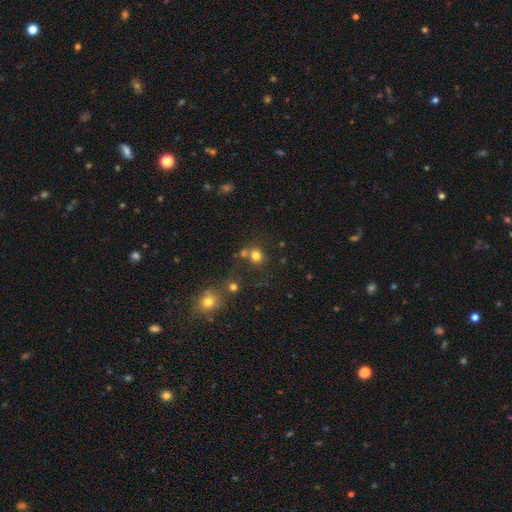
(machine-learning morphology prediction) smooth 76%, star or artifact 17%, featured or disk 7%. Down the decision tree: how rounded — round (85%); merging — none (64%).